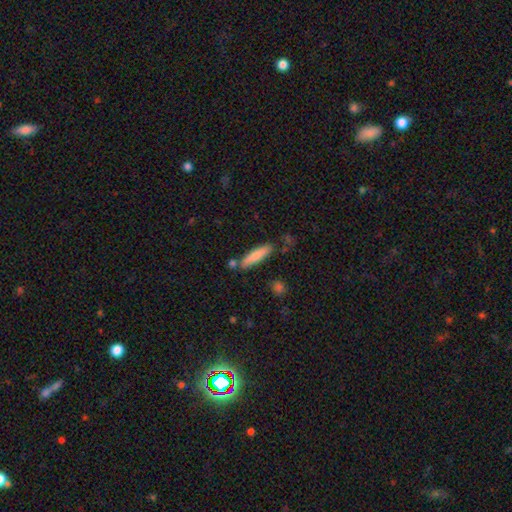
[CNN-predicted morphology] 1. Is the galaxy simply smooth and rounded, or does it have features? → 75% smooth, 19% featured or disk, 6% star or artifact.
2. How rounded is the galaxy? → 80% cigar-shaped, 19% in between, 2% round.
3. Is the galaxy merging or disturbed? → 78% none, 13% minor disturbance, 7% merger, 3% major disturbance.